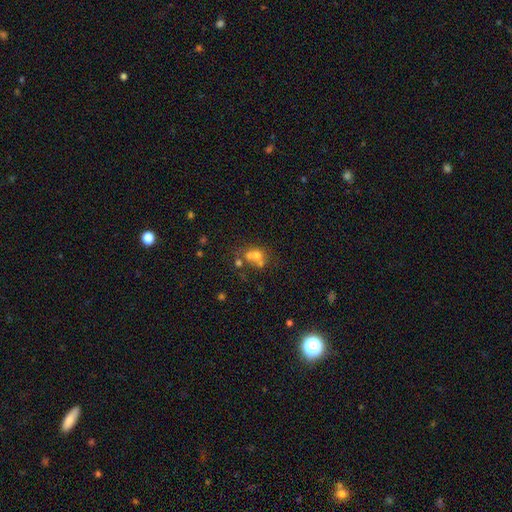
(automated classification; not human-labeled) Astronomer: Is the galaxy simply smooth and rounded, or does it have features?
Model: smooth — 53%.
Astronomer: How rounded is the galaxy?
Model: round — 68%.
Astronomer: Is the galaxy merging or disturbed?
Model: merger — 51% (runner-up: none, 34%).